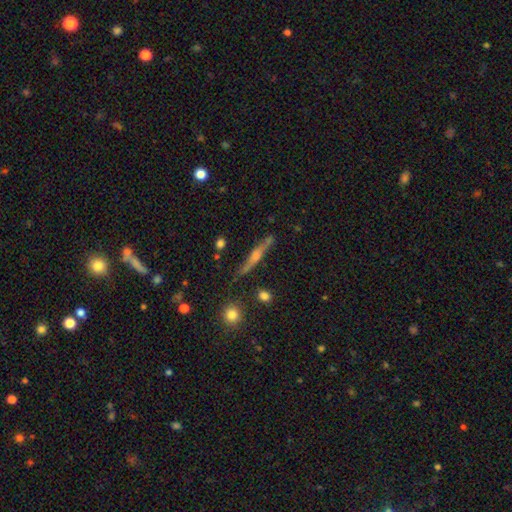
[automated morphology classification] Smooth or featured? Predicted: featured or disk (p=0.69). Edge-on disk? Predicted: yes (p=0.96). Edge-on bulge? Predicted: rounded (p=0.78). Merging? Predicted: none (p=0.83).